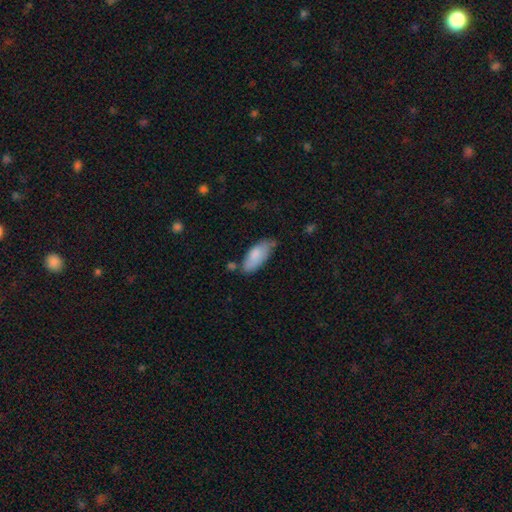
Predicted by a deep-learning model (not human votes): Smooth or featured?
  - smooth: 83% *
  - featured or disk: 12%
  - star or artifact: 6%
How rounded?
  - in between: 82% *
  - cigar-shaped: 16%
  - round: 2%
Merging?
  - none: 59% *
  - minor disturbance: 29%
  - merger: 7%
  - major disturbance: 6%